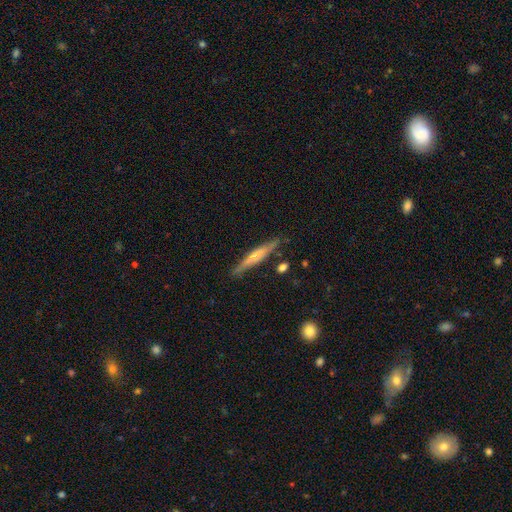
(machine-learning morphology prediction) A featured or disk galaxy (52%) viewed edge-on (95%).

Vote fractions:
- Smooth or featured? featured or disk: 52% / smooth: 42% / star or artifact: 6%
- Edge-on disk? yes: 95% / no: 5%
- Merging? none: 85% / minor disturbance: 11% / merger: 2% / major disturbance: 2%